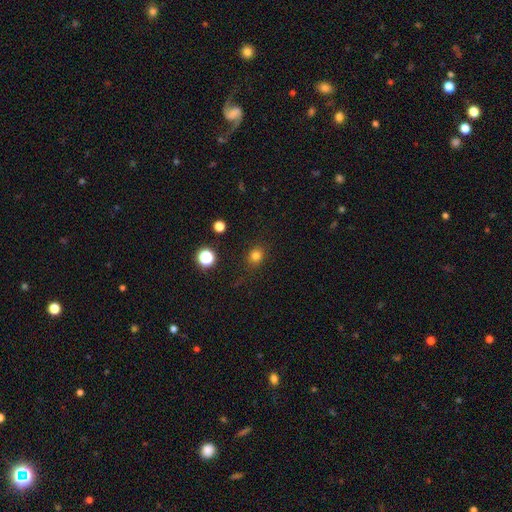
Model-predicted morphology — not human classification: smooth_or_featured: smooth (p=0.80) [alt: star or artifact p=0.15]
how_rounded: round (p=0.75) [alt: in between p=0.24]
merging: none (p=0.87) [alt: minor disturbance p=0.09]